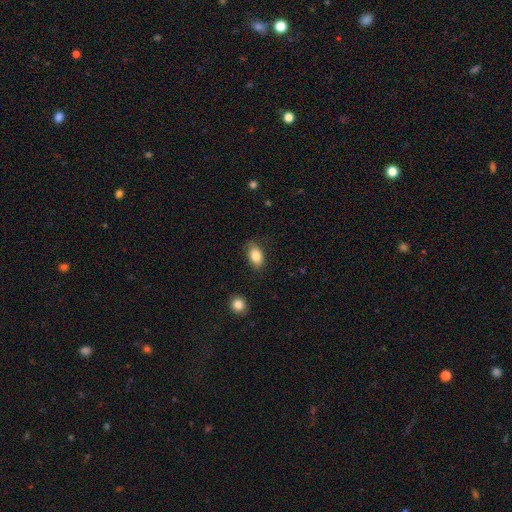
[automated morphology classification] type=smooth (85%); roundness=in between (87%); merging=none (80%).